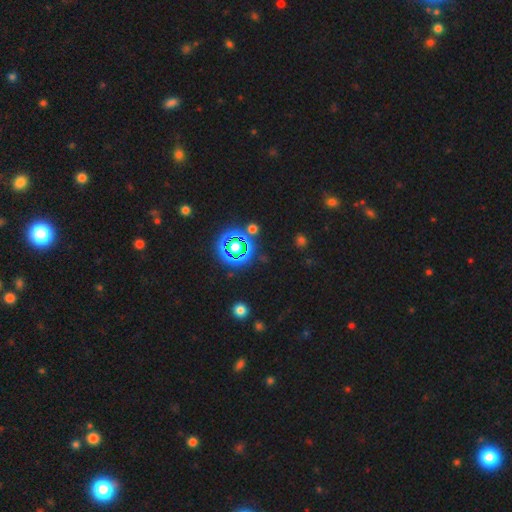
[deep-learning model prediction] Morphology: type=star or artifact (71%).